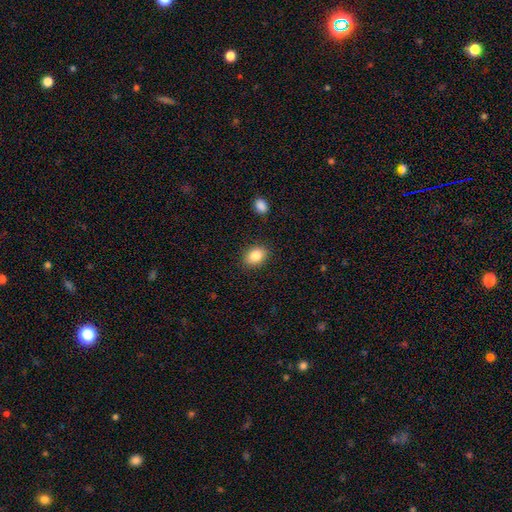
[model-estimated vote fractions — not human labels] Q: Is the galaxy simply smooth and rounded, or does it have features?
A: smooth — 86%.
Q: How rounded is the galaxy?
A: in between — 76%.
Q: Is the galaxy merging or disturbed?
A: none — 88%.